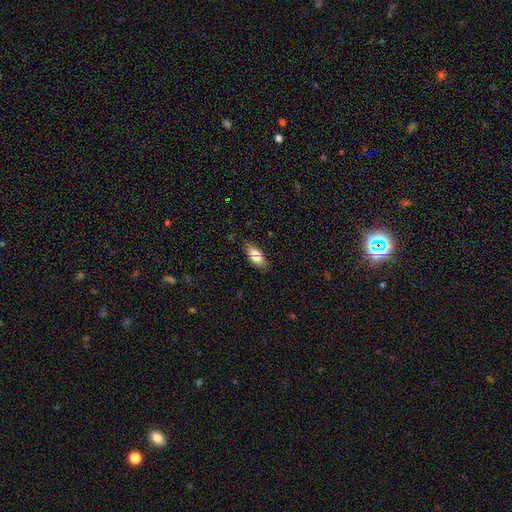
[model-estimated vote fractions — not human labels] Smooth or featured?
  - smooth: 79% *
  - featured or disk: 14%
  - star or artifact: 7%
How rounded?
  - in between: 81% *
  - cigar-shaped: 16%
  - round: 3%
Merging?
  - none: 80% *
  - minor disturbance: 15%
  - major disturbance: 3%
  - merger: 1%